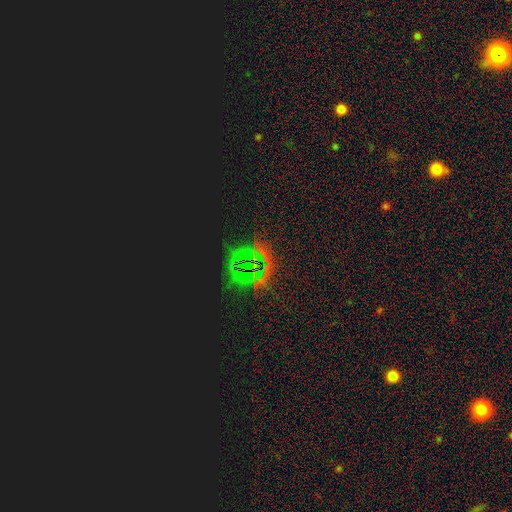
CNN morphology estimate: Smooth or featured? Predicted: star or artifact (p=0.84).